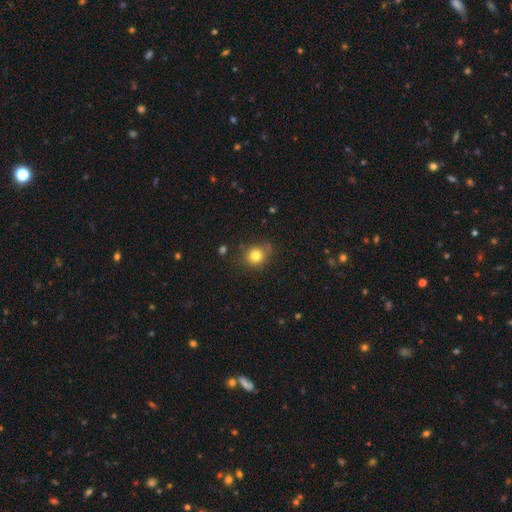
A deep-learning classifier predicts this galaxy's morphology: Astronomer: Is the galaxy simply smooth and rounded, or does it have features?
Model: smooth — 80%.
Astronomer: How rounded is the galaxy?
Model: round — 80%.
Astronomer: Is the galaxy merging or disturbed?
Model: none — 71%.